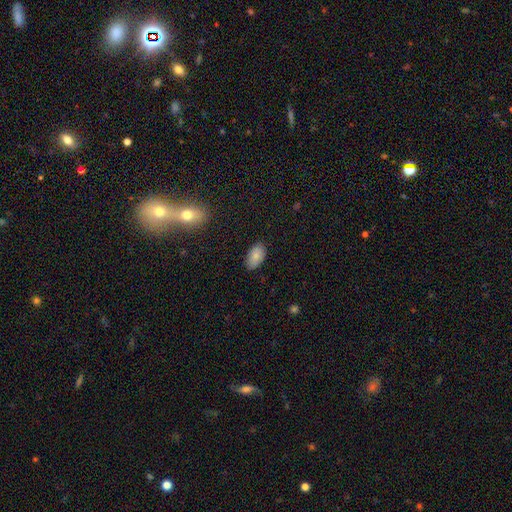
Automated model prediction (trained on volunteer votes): Smooth or featured: smooth — 85% (featured or disk — 8%)
How rounded: in between — 95% (round — 4%)
Merging: none — 86% (minor disturbance — 11%)